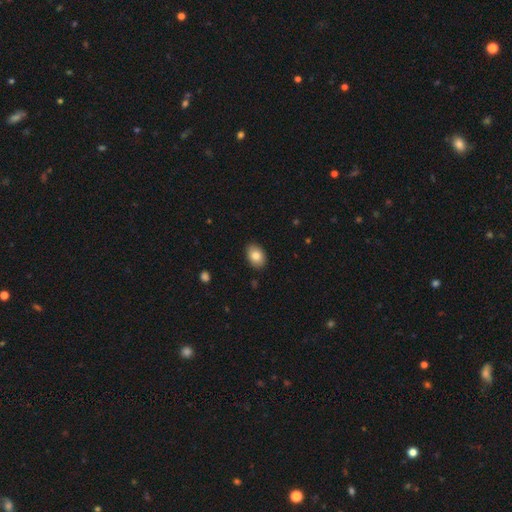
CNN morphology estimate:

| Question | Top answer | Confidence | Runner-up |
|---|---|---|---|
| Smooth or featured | smooth | 84% | featured or disk (9%) |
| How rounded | in between | 83% | round (16%) |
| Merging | none | 88% | minor disturbance (9%) |